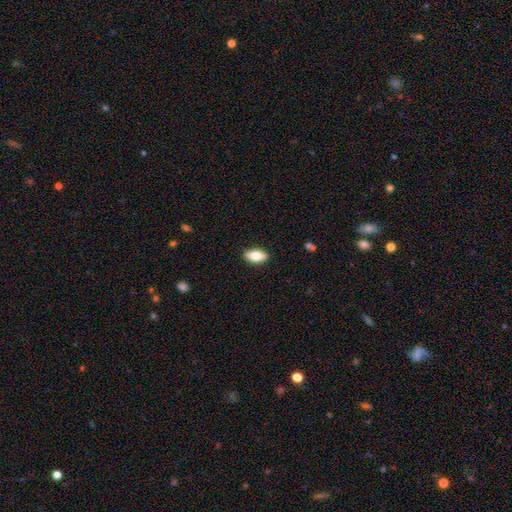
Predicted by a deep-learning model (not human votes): A smooth galaxy with no disk features (69%) that is in between round and cigar-shaped (84%).

Vote fractions:
- Smooth or featured? smooth: 69% / featured or disk: 25% / star or artifact: 7%
- How rounded? in between: 84% / cigar-shaped: 12% / round: 4%
- Merging? none: 89% / minor disturbance: 8% / major disturbance: 2% / merger: 1%